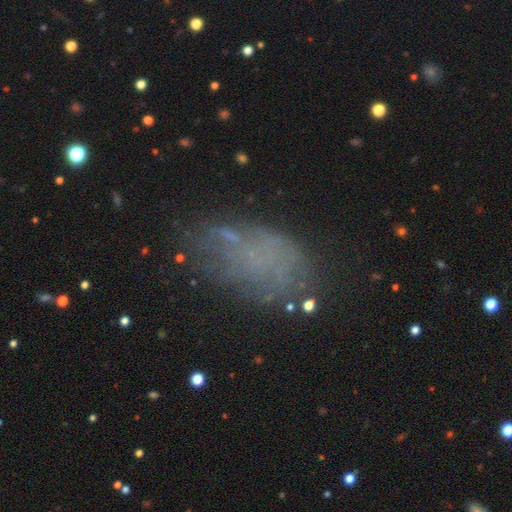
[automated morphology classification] smooth-or-featured: smooth: 47% | featured or disk: 29% | star or artifact: 23%
  merging: none: 53% | minor disturbance: 22% | major disturbance: 19% | merger: 6%